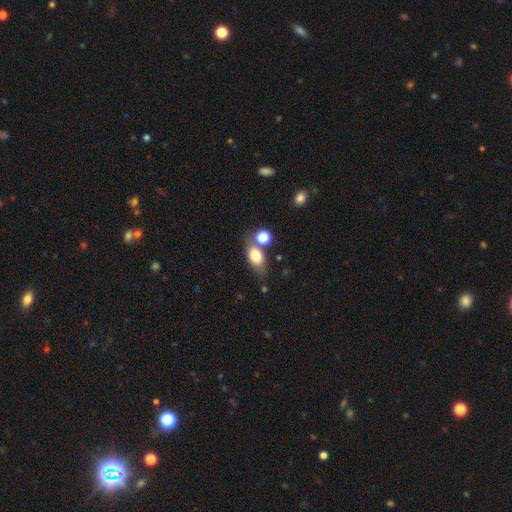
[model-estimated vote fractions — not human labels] This appears to be a smooth galaxy with no disk features (77%) that is in between round and cigar-shaped (78%). Merging: none (56%).